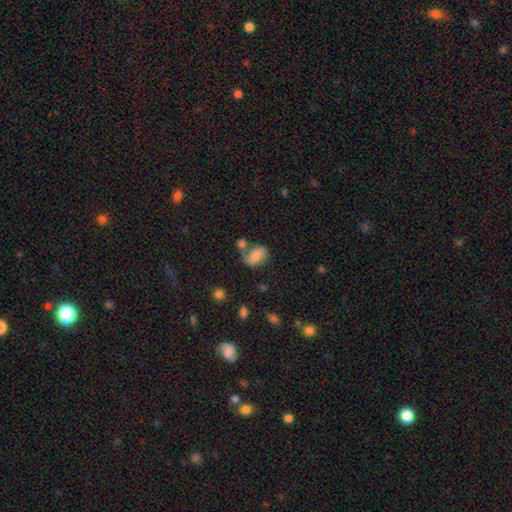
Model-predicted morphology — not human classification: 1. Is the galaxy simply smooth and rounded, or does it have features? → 48% smooth, 43% featured or disk, 9% star or artifact.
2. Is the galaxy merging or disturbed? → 41% none, 28% merger, 19% minor disturbance, 12% major disturbance.